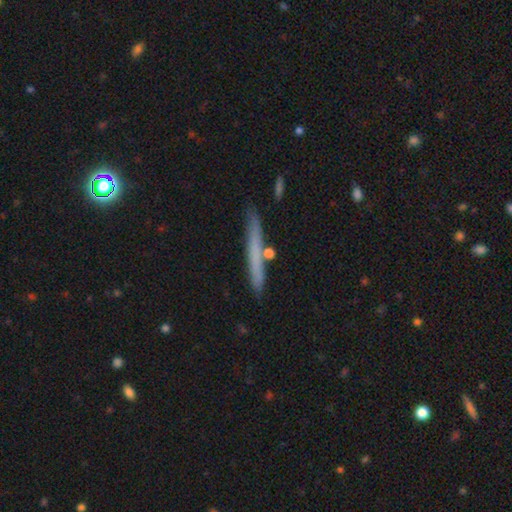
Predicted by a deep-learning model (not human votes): A smooth galaxy with no disk features (54%) that is cigar-shaped (96%). Merging: none (84%).